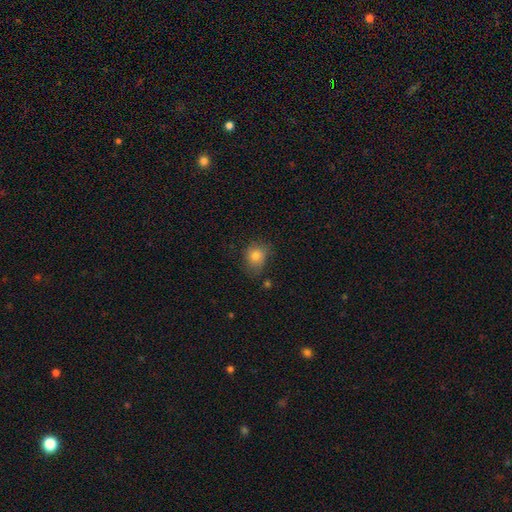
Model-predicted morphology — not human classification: This appears to be a smooth galaxy with no disk features (80%) that is round (59%). Merging: none (65%).